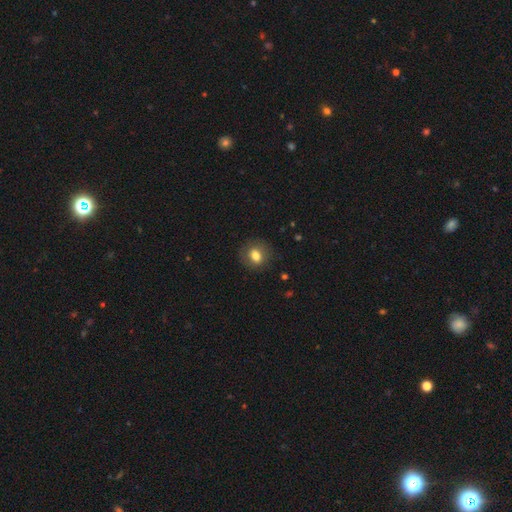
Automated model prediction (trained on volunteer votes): smooth_or_featured: smooth (p=0.77) [alt: featured or disk p=0.14]
how_rounded: round (p=0.67) [alt: in between p=0.32]
merging: none (p=0.85) [alt: minor disturbance p=0.10]